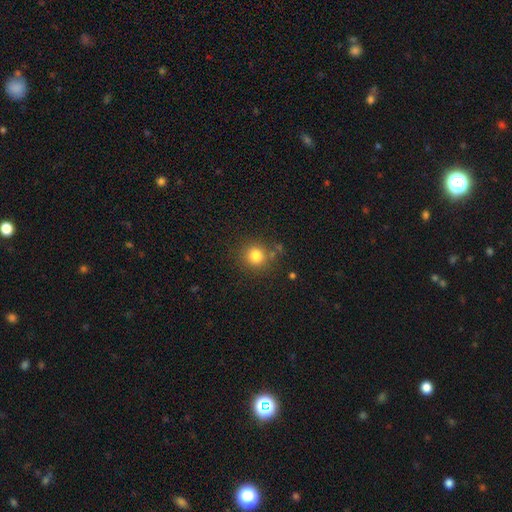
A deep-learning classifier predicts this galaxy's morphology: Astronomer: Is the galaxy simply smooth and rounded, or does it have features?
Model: smooth — 81%.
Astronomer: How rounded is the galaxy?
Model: round — 91%.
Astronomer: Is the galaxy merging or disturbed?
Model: none — 81%.